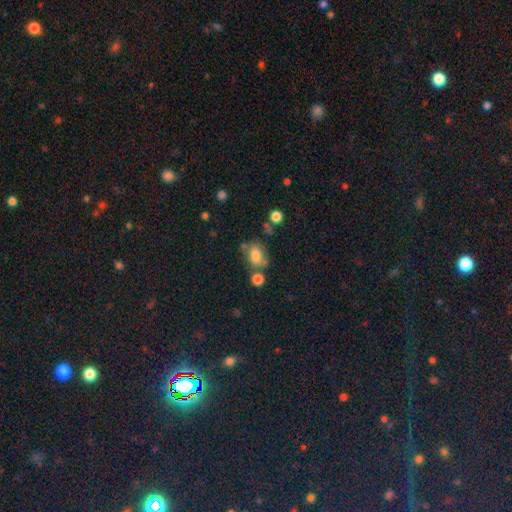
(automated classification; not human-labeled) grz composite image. It shows a smooth galaxy with no disk features (72%) that is in between round and cigar-shaped (73%). Merging: none (49%).